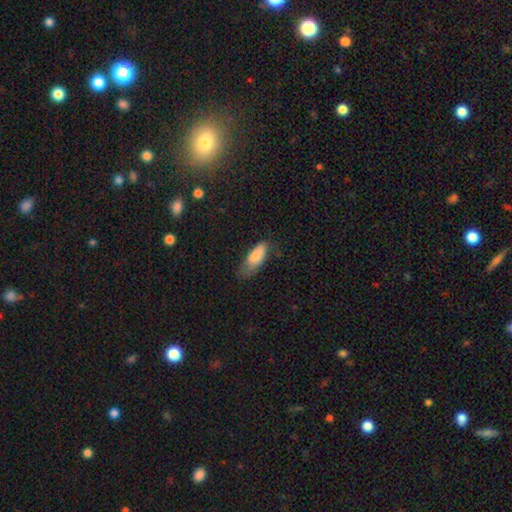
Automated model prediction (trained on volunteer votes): Smooth or featured?
  - smooth: 82% *
  - featured or disk: 12%
  - star or artifact: 6%
How rounded?
  - in between: 77% *
  - cigar-shaped: 21%
  - round: 2%
Merging?
  - none: 49% *
  - minor disturbance: 36%
  - major disturbance: 13%
  - merger: 2%